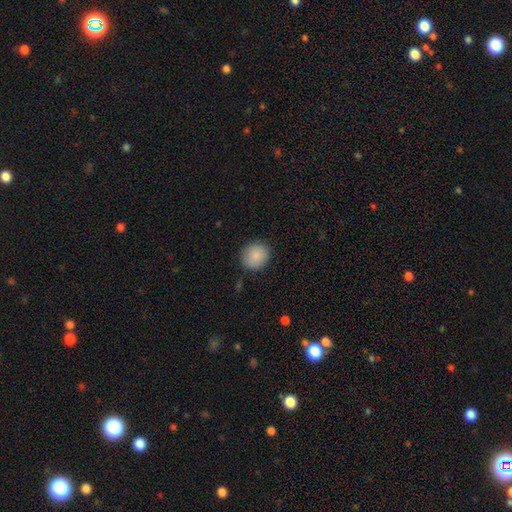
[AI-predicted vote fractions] This is clearly a smooth galaxy (88%). How rounded: clearly round (86%). Merging: clearly none (87%).